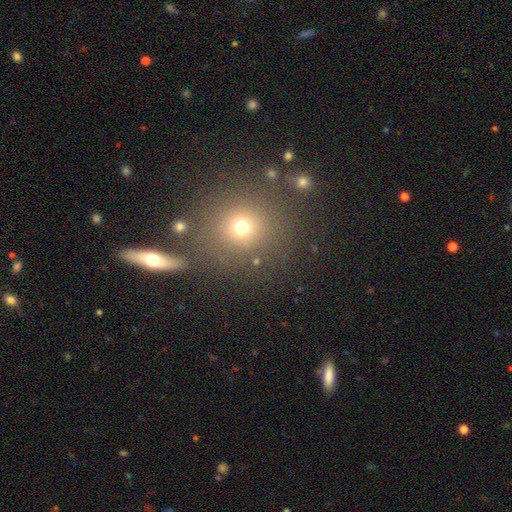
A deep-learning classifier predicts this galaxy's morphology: Smooth or featured? Predicted: smooth (p=0.54). How rounded? Predicted: round (p=0.90). Merging? Predicted: none (p=0.80).